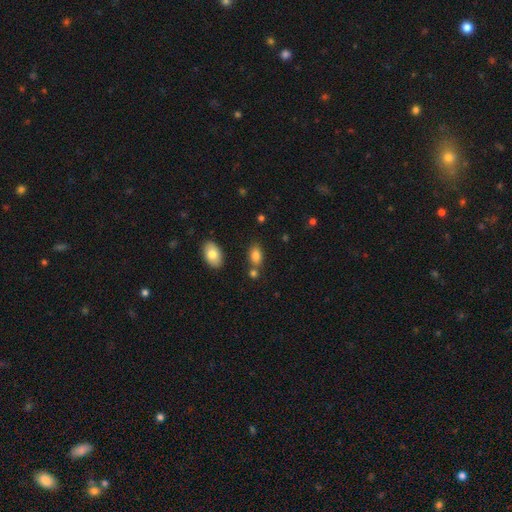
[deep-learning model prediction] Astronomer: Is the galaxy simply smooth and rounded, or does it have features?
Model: smooth — 83%.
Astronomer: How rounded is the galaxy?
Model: in between — 89%.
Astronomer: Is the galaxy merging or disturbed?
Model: none — 67%.